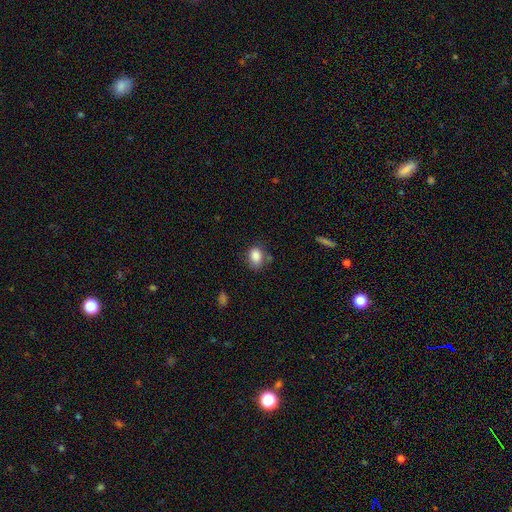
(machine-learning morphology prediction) type=smooth (86%); roundness=in between (65%); merging=none (64%).